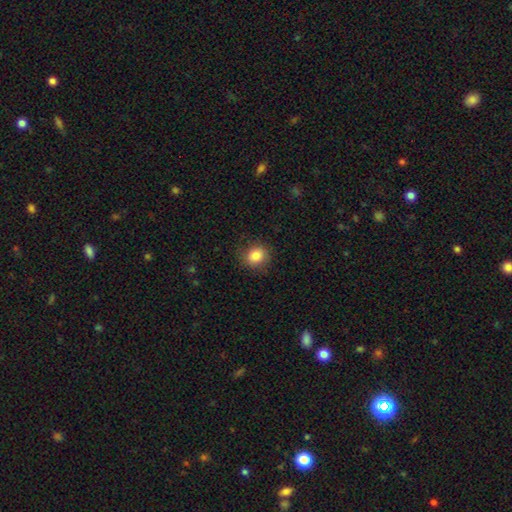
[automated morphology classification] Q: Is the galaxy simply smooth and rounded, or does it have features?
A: smooth — 84%.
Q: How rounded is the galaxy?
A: round — 77%.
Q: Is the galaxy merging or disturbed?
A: none — 84%.